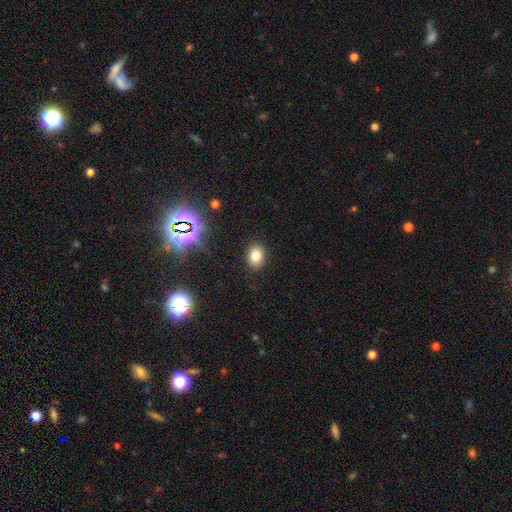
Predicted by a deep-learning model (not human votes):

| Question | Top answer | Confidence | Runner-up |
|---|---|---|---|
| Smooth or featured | smooth | 80% | star or artifact (13%) |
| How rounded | in between | 65% | round (34%) |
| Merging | none | 89% | minor disturbance (8%) |